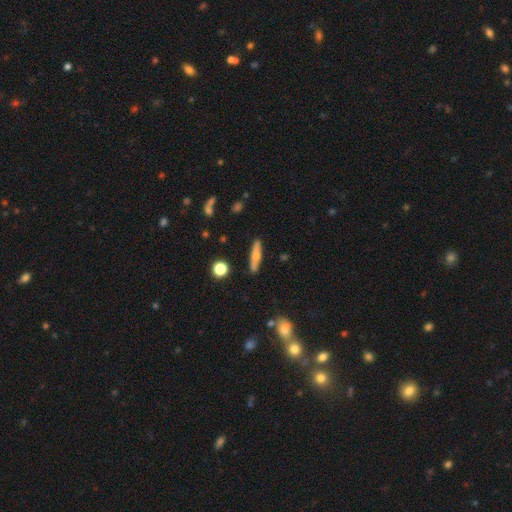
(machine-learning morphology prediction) Smooth or featured? smooth (55%)
How rounded? cigar-shaped (82%)
Merging? none (88%)